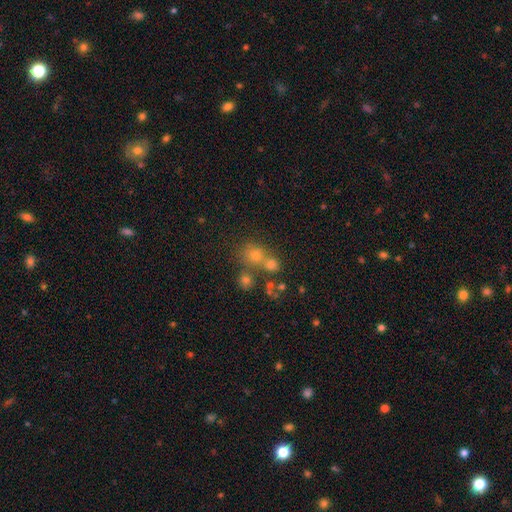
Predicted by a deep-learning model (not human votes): Overall: smooth (59%; star or artifact 27%). How rounded: round (82%). Merging: none (51%; merger 38%).